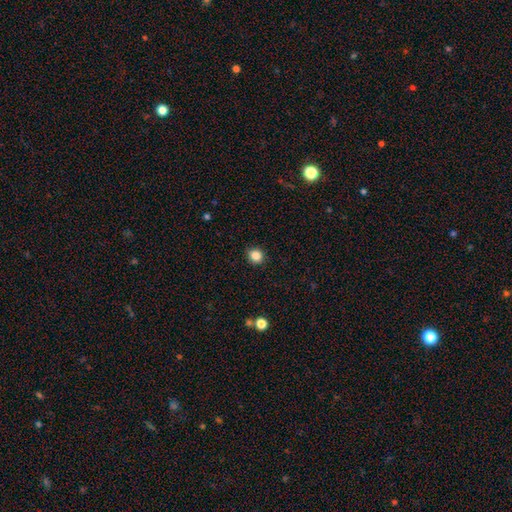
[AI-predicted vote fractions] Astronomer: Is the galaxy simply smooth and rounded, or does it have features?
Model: smooth — 86%.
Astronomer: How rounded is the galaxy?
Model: round — 81%.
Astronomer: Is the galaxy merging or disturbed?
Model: none — 90%.